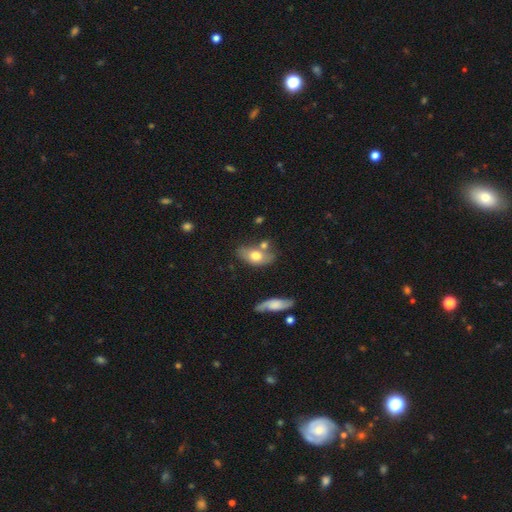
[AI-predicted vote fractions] Smooth or featured? smooth (68%)
How rounded? in between (84%)
Merging? none (54%)